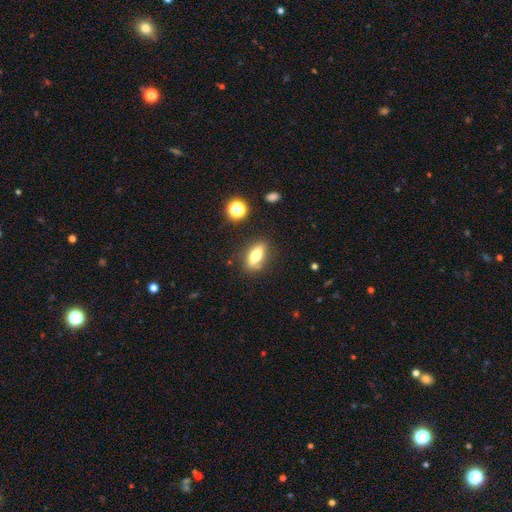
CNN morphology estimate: Q: Smooth or featured?
A: smooth (62%); runner-up: featured or disk (29%)
Q: How rounded?
A: in between (61%); runner-up: cigar-shaped (34%)
Q: Merging?
A: none (81%); runner-up: minor disturbance (13%)